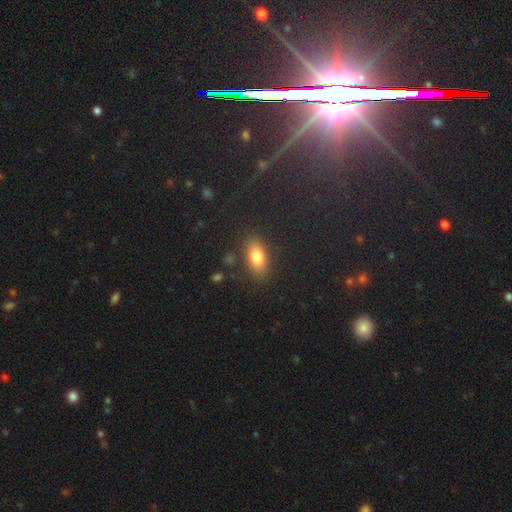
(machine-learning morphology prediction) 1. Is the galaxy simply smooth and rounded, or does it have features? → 70% smooth, 17% star or artifact, 12% featured or disk.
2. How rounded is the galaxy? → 87% in between, 7% cigar-shaped, 5% round.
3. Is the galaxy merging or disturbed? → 87% none, 9% minor disturbance, 2% major disturbance, 2% merger.